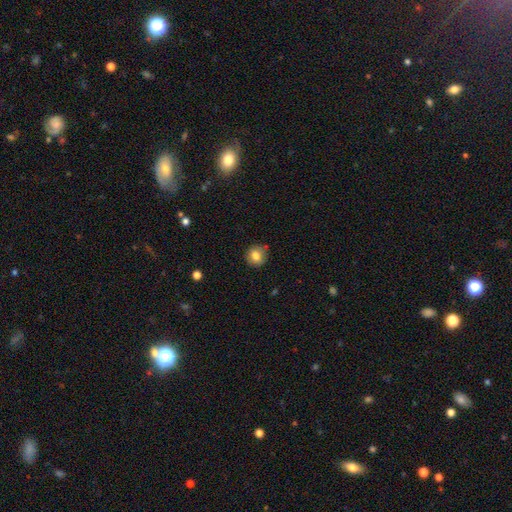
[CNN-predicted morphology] A smooth galaxy with no disk features (79%) that is round (85%). Merging: none (81%).